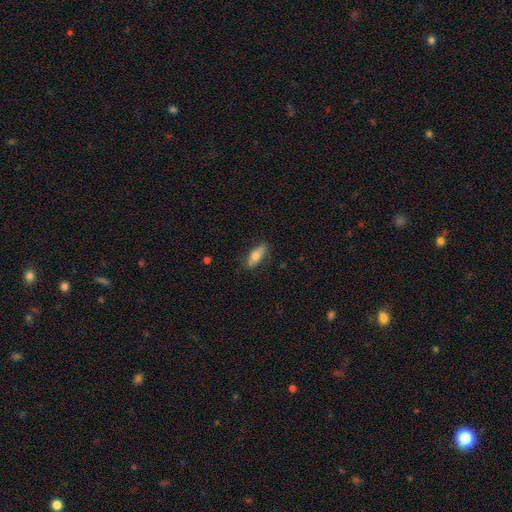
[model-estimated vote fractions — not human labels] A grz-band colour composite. It shows a smooth galaxy with no disk features (72%) that is in between round and cigar-shaped (70%). Merging: none (80%).